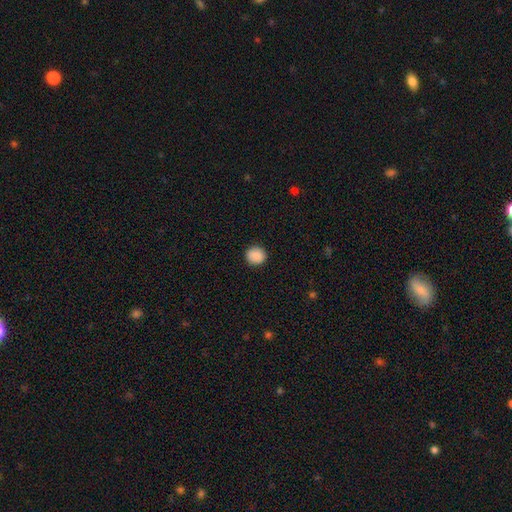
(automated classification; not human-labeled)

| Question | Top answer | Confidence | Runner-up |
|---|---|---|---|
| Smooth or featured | smooth | 89% | star or artifact (8%) |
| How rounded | round | 91% | in between (8%) |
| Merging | none | 91% | minor disturbance (6%) |